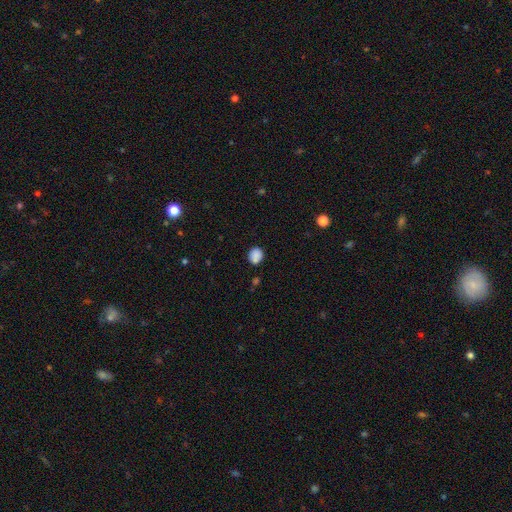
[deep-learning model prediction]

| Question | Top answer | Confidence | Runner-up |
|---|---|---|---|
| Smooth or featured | smooth | 84% | star or artifact (10%) |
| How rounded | round | 75% | in between (24%) |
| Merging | none | 72% | minor disturbance (17%) |